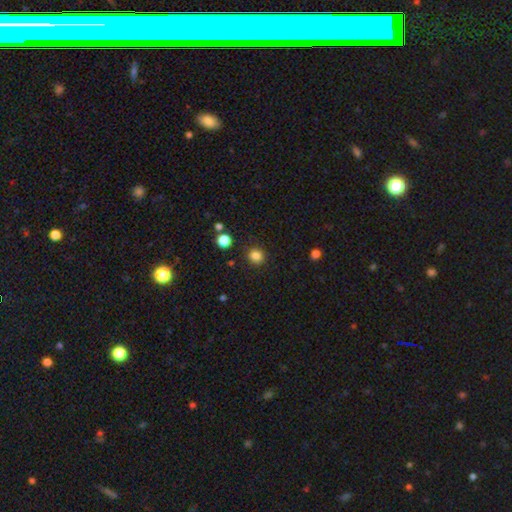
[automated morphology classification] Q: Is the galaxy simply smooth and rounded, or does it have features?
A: smooth — 84%.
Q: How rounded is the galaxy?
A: round — 89%.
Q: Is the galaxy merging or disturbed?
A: none — 90%.